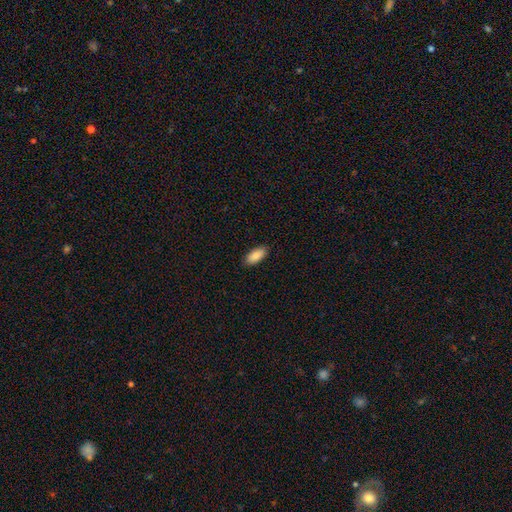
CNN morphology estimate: Overall: smooth (88%). How rounded: in between (88%). Merging: none (89%).